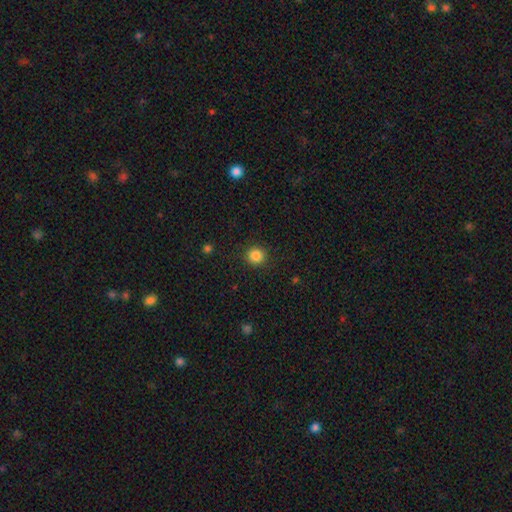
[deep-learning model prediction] smooth_or_featured: smooth (p=0.85) [alt: star or artifact p=0.11]
how_rounded: round (p=0.93) [alt: in between p=0.06]
merging: none (p=0.91) [alt: minor disturbance p=0.06]